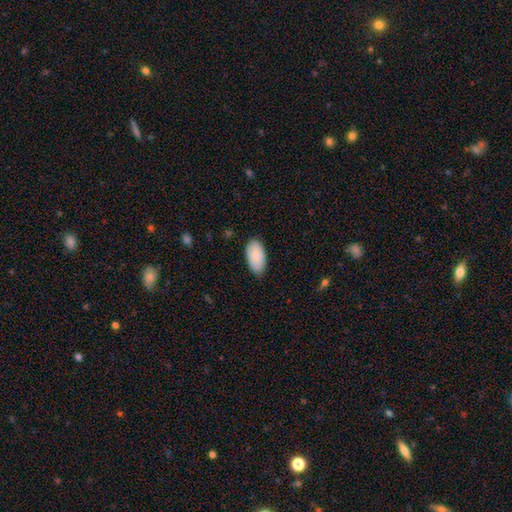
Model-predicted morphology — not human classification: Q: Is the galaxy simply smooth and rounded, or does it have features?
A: smooth — 86%.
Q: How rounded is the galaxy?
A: in between — 96%.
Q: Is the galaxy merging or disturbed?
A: none — 83%.